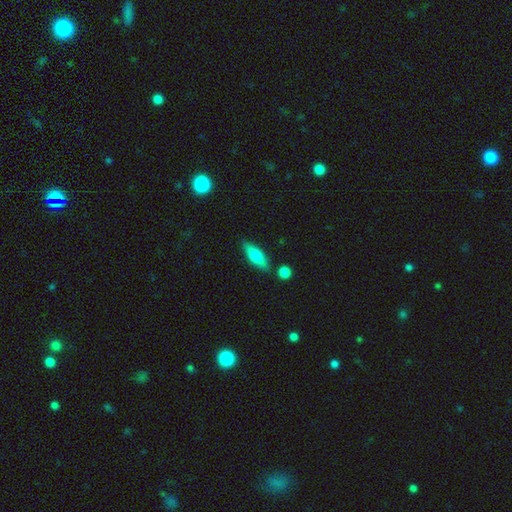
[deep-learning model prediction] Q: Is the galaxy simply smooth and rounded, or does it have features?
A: smooth — 61%.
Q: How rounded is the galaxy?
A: in between — 52%.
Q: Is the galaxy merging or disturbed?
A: none — 81%.